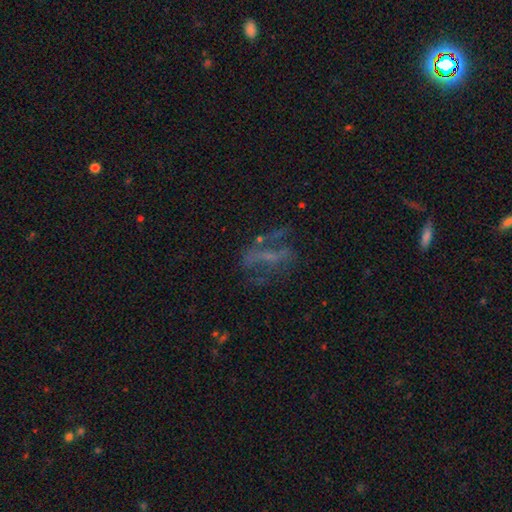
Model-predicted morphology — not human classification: smooth-or-featured: featured or disk: 54% | star or artifact: 23% | smooth: 22%
  disk-edge-on: no: 85% | yes: 15%
  merging: none: 50% | major disturbance: 28% | minor disturbance: 17% | merger: 5%